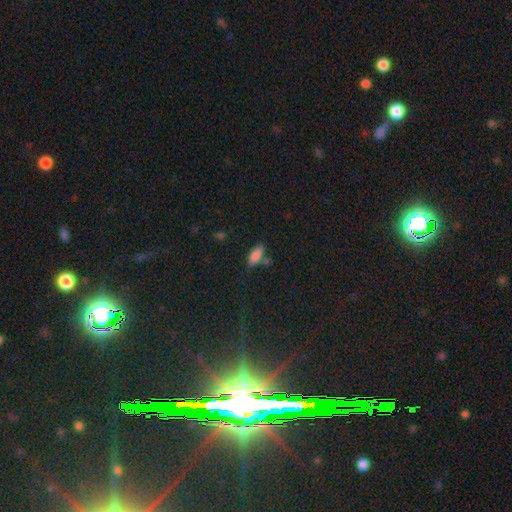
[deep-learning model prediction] Smooth or featured? Predicted: smooth (p=0.82). How rounded? Predicted: in between (p=0.73). Merging? Predicted: none (p=0.60).